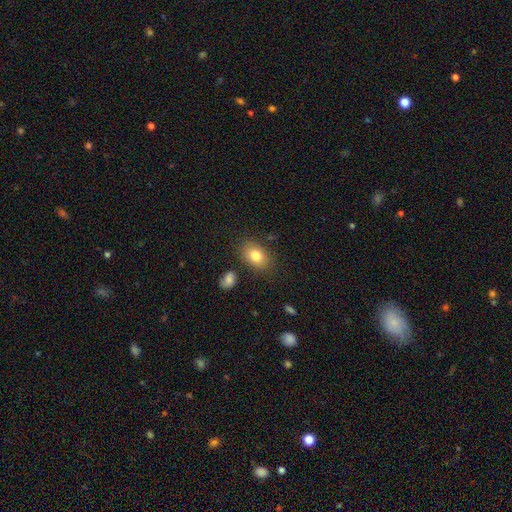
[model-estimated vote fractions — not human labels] Morphology: type=smooth (80%); roundness=in between (78%); merging=none (81%).